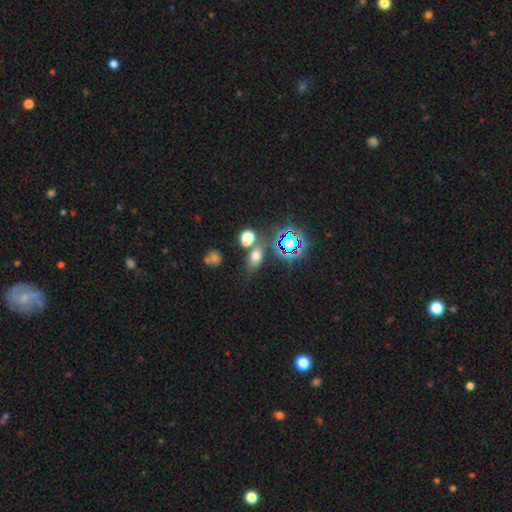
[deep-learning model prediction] Q: Smooth or featured?
A: smooth (61%); runner-up: star or artifact (27%)
Q: How rounded?
A: in between (74%); runner-up: round (21%)
Q: Merging?
A: none (65%); runner-up: merger (16%)